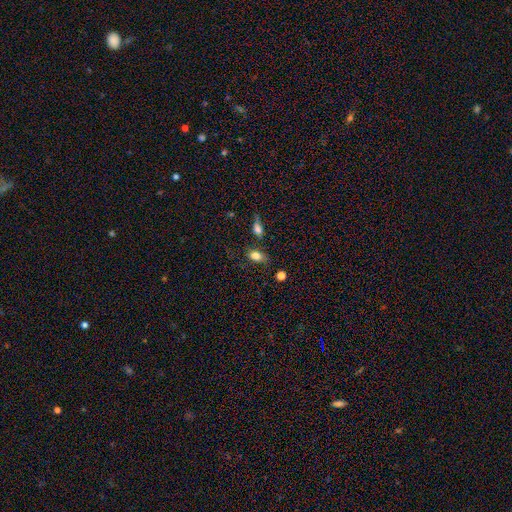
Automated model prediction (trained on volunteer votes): Q: Smooth or featured?
A: smooth (81%); runner-up: star or artifact (10%)
Q: How rounded?
A: in between (82%); runner-up: round (15%)
Q: Merging?
A: none (61%); runner-up: minor disturbance (21%)